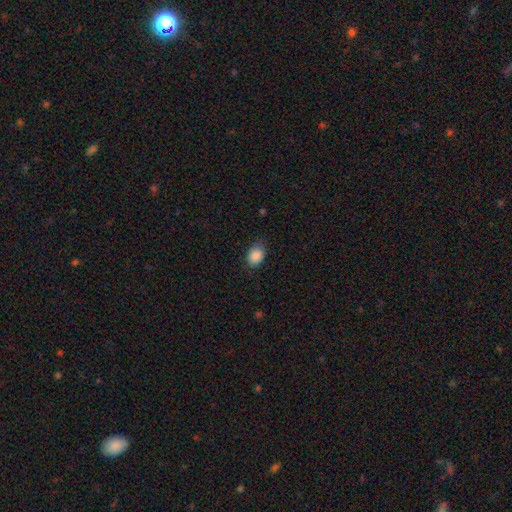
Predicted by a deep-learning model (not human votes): smooth 88%, star or artifact 8%, featured or disk 4%. Down the decision tree: how rounded — in between (72%); merging — none (78%).